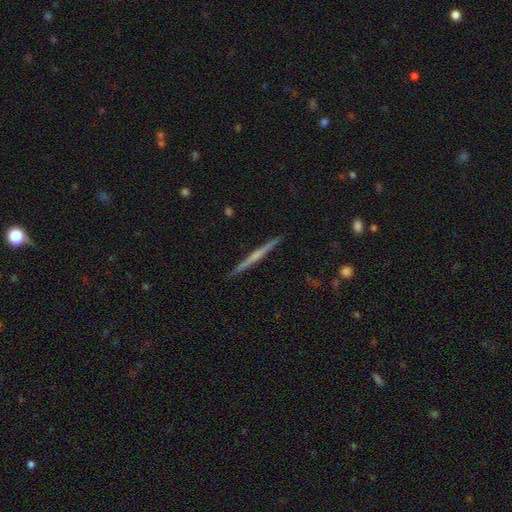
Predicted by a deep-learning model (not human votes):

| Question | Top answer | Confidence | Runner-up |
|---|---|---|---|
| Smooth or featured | featured or disk | 65% | smooth (29%) |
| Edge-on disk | yes | 98% | no (2%) |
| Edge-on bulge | none | 60% | rounded (32%) |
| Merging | none | 92% | minor disturbance (5%) |